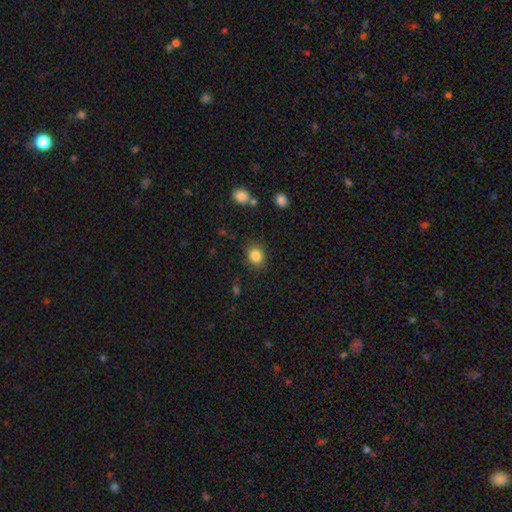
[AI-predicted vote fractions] This appears to be a smooth galaxy with no disk features (85%) that is round (61%). Merging: none (86%).